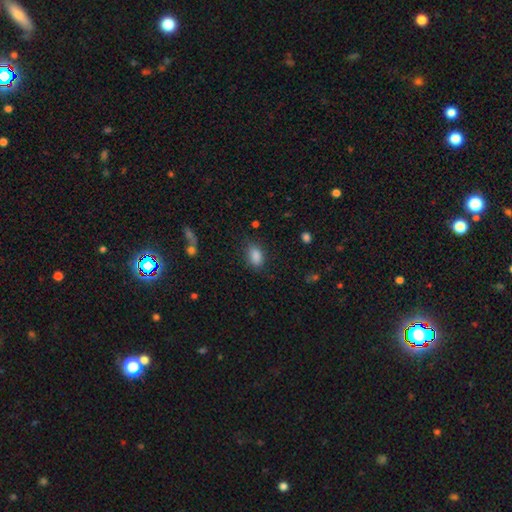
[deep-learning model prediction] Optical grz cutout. It shows a smooth galaxy with no disk features (86%) that is in between round and cigar-shaped (87%). Merging: none (76%).